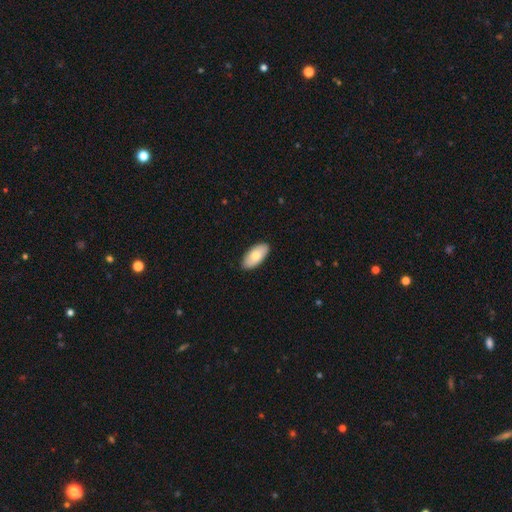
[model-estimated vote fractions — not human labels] Smooth or featured?
  - smooth: 75% *
  - featured or disk: 20%
  - star or artifact: 5%
How rounded?
  - in between: 94% *
  - cigar-shaped: 4%
  - round: 2%
Merging?
  - none: 89% *
  - minor disturbance: 8%
  - major disturbance: 2%
  - merger: 1%